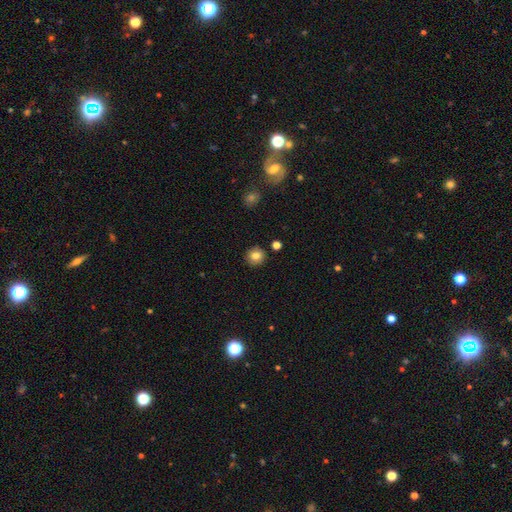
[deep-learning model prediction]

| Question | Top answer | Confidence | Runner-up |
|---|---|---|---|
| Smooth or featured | smooth | 82% | star or artifact (10%) |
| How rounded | round | 91% | in between (8%) |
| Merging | none | 90% | minor disturbance (6%) |